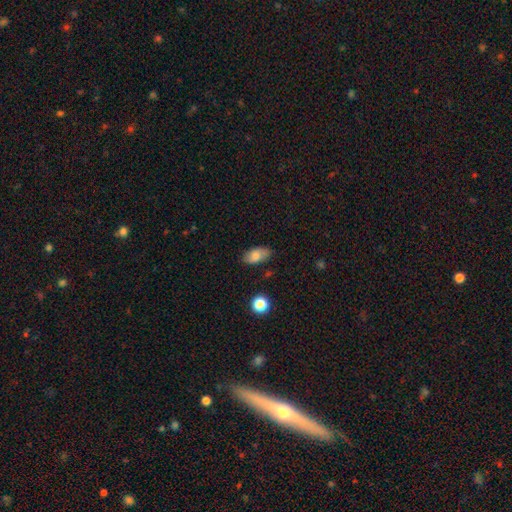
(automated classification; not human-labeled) This appears to be a smooth galaxy with no disk features (76%) that is in between round and cigar-shaped (91%). Merging: none (77%).